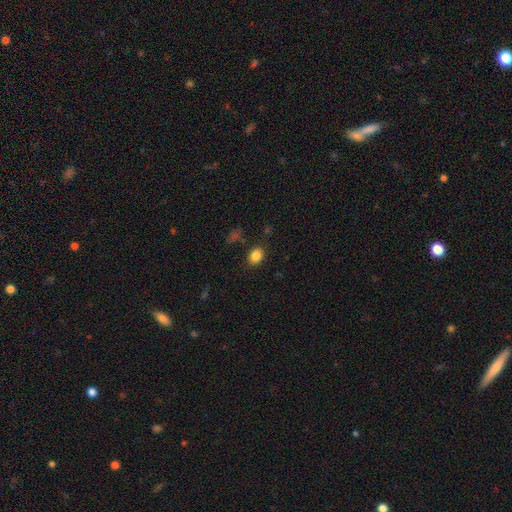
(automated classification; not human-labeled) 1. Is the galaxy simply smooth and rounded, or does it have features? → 85% smooth, 10% star or artifact, 5% featured or disk.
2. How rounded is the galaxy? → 61% in between, 38% round, 1% cigar-shaped.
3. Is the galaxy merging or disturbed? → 83% none, 11% minor disturbance, 3% major disturbance, 2% merger.